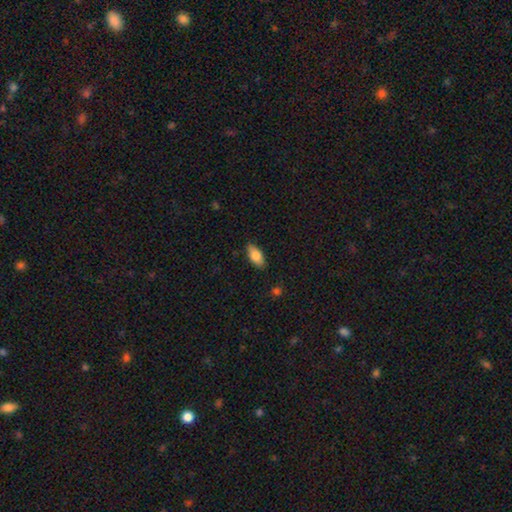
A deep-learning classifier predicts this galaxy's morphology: This appears to be a smooth galaxy with no disk features (80%) that is in between round and cigar-shaped (89%). Merging: none (86%).